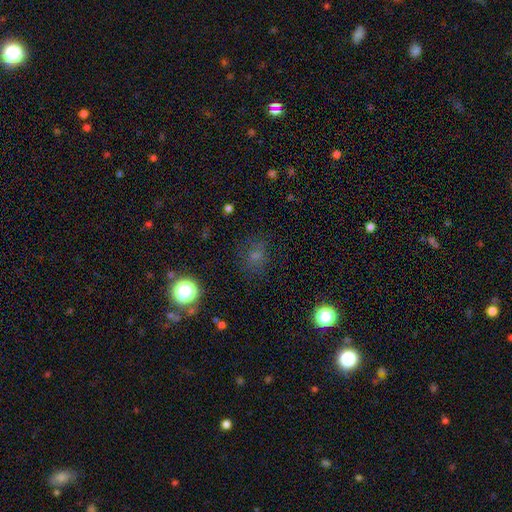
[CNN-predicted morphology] Smooth or featured? Predicted: smooth (p=0.61). How rounded? Predicted: round (p=0.74). Merging? Predicted: none (p=0.77).